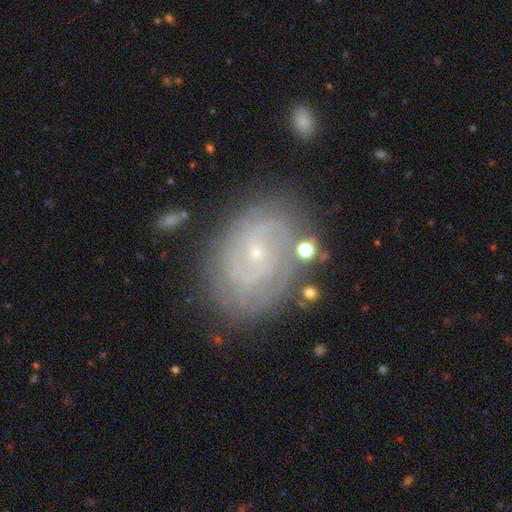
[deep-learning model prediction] This is clearly a featured or disk galaxy (81%). It is clearly not viewed edge-on (97%). Bar: likely no (72%). Spiral arm pattern: clearly yes (92%). Spiral arm count: marginally can't tell (38%). Spiral winding: likely tight (69%). Central bulge: clearly small (86%). Merging: likely none (74%).